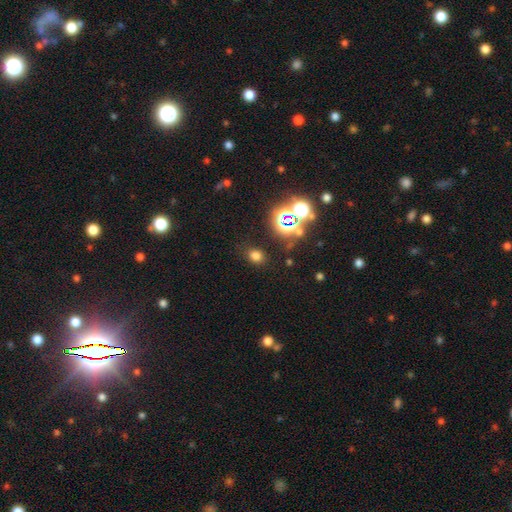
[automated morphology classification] This appears to be a smooth galaxy with no disk features (68%) that is in between round and cigar-shaped (52%). Merging: none (83%).